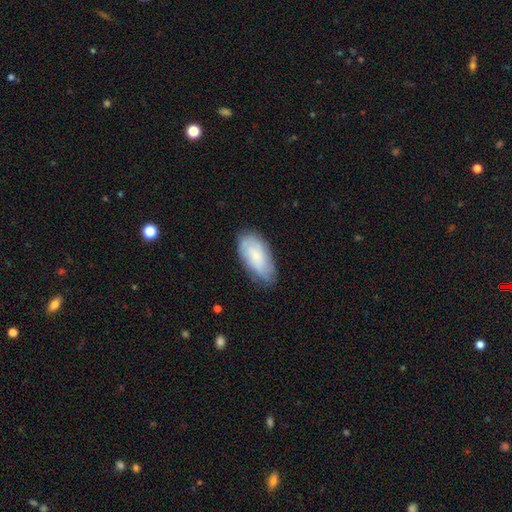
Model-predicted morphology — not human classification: This is likely a smooth galaxy (63%). How rounded: clearly in between (91%). Merging: likely none (71%).